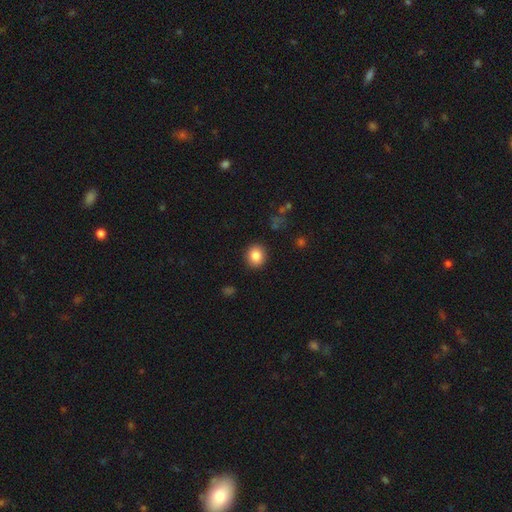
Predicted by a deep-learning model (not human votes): Smooth or featured?
  - smooth: 84% *
  - star or artifact: 9%
  - featured or disk: 6%
How rounded?
  - round: 83% *
  - in between: 16%
  - cigar-shaped: 1%
Merging?
  - none: 91% *
  - minor disturbance: 6%
  - major disturbance: 2%
  - merger: 1%